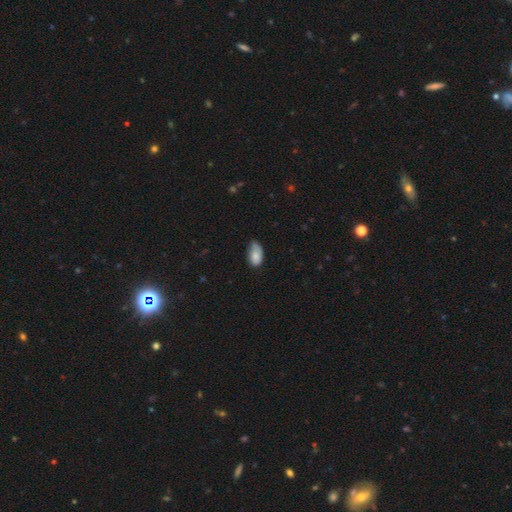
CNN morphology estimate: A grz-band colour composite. It shows a smooth galaxy with no disk features (80%) that is in between round and cigar-shaped (93%). Merging: minor disturbance (46%).